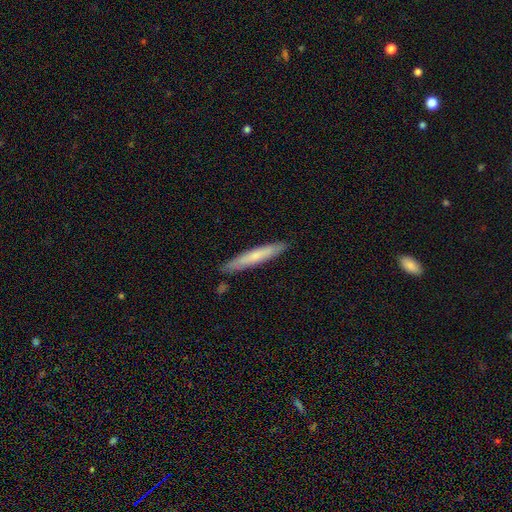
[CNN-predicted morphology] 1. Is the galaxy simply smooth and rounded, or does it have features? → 65% smooth, 29% featured or disk, 6% star or artifact.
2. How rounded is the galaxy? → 94% cigar-shaped, 4% in between, 1% round.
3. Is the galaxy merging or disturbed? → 87% none, 9% minor disturbance, 2% merger, 2% major disturbance.